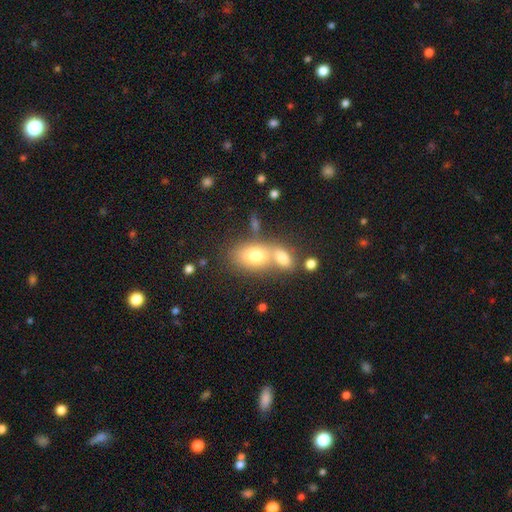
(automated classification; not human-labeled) smooth-or-featured: smooth: 72% | featured or disk: 18% | star or artifact: 10%
  how-rounded: in between: 80% | round: 17% | cigar-shaped: 3%
  merging: merger: 54% | none: 33% | minor disturbance: 9% | major disturbance: 4%